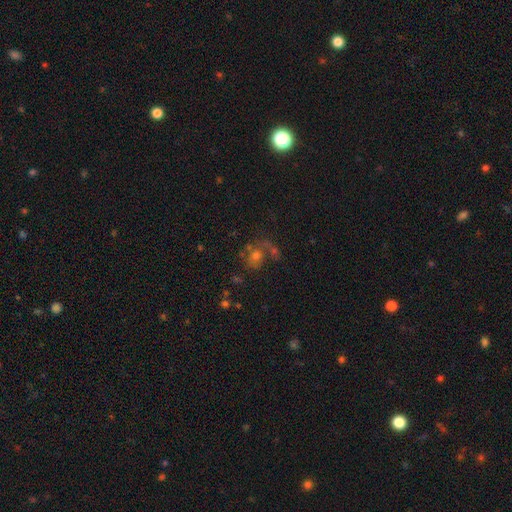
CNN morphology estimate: Smooth or featured: smooth — 43% (featured or disk — 35%)
Merging: none — 40% (merger — 23%)